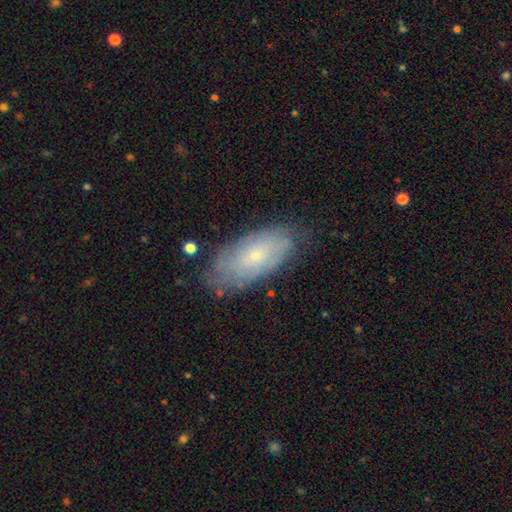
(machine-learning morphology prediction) featured or disk 53%, smooth 39%, star or artifact 8%. Down the decision tree: edge-on disk — no (89%); merging — none (74%).